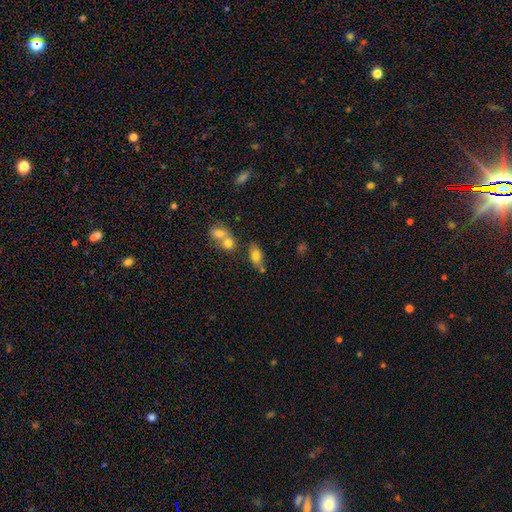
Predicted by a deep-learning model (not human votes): smooth 75%, featured or disk 15%, star or artifact 10%. Down the decision tree: how rounded — in between (85%); merging — none (54%).